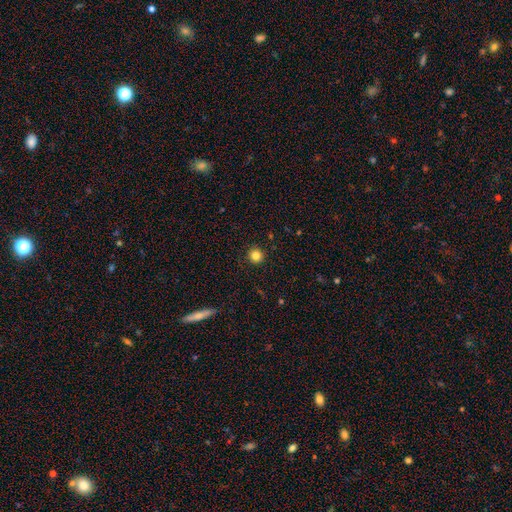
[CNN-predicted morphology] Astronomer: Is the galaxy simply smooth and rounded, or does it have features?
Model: smooth — 83%.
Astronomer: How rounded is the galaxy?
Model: round — 95%.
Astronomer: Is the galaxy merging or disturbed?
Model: none — 93%.